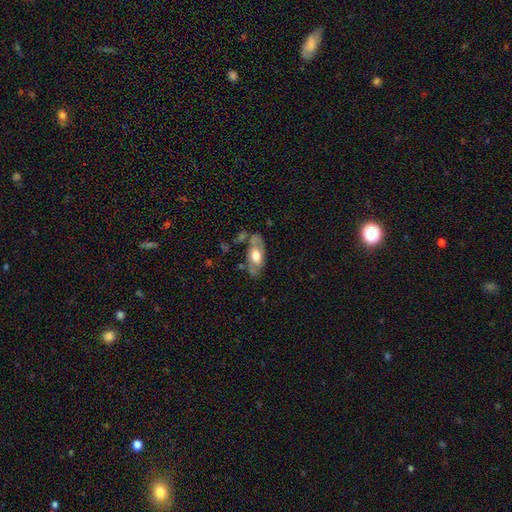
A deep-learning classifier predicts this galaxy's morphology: type=featured or disk (50%); edge-on=no (79%); merging=none (61%).